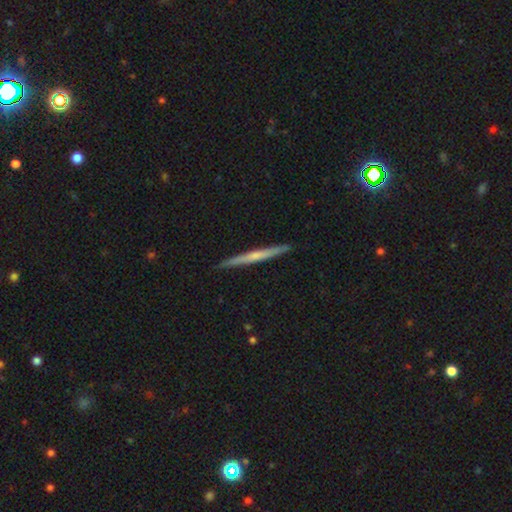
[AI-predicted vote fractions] A featured or disk galaxy (54%) viewed edge-on (97%) with no central bulge (61%). Merging: none (91%).